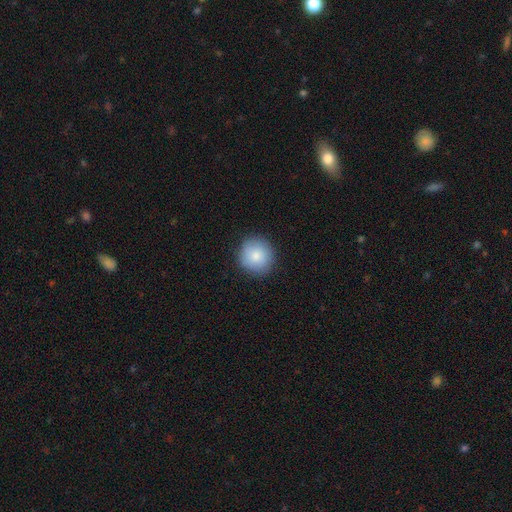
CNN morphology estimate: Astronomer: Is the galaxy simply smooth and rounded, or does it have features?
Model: smooth — 84%.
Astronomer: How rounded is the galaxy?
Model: round — 94%.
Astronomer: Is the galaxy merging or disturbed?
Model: none — 88%.